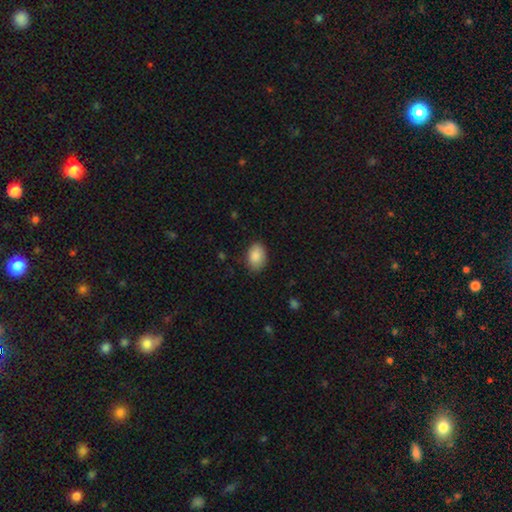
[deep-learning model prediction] smooth-or-featured: smooth: 88% | star or artifact: 7% | featured or disk: 5%
  how-rounded: in between: 84% | round: 15% | cigar-shaped: 1%
  merging: none: 83% | minor disturbance: 13% | major disturbance: 3% | merger: 1%